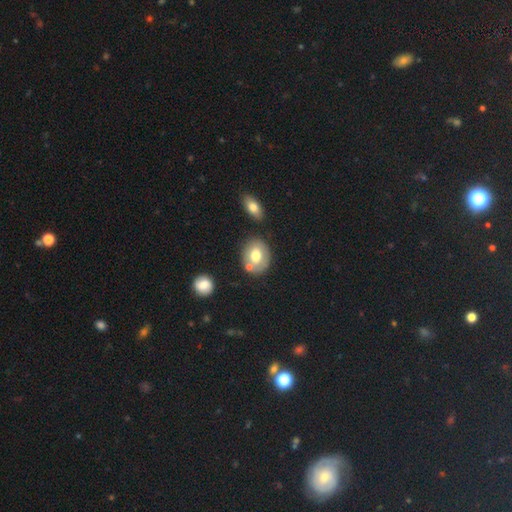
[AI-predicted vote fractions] Q: Smooth or featured?
A: smooth (65%); runner-up: featured or disk (27%)
Q: How rounded?
A: round (53%); runner-up: in between (46%)
Q: Merging?
A: none (67%); runner-up: minor disturbance (15%)